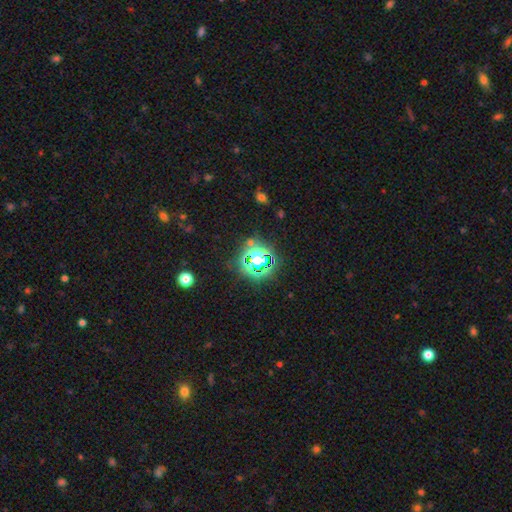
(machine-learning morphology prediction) Overall: star or artifact (75%).